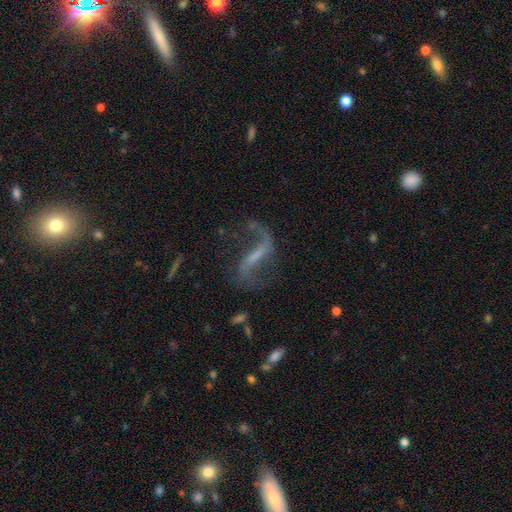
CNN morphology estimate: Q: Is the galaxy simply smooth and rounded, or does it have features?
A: featured or disk — 83%.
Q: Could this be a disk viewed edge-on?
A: no — 93%.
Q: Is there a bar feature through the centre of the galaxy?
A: strong — 55%.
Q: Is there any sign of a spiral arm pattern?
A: yes — 92%.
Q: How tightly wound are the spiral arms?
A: loose — 82%.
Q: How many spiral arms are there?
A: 2 — 87%.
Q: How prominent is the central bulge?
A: none — 47%.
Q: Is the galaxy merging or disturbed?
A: none — 62%.